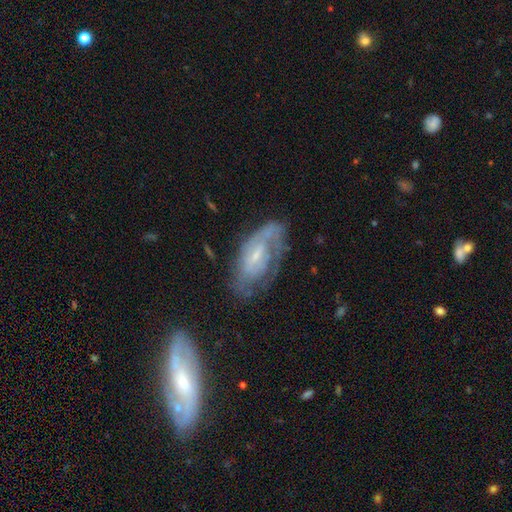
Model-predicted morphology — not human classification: type=featured or disk (69%); edge-on=no (91%); bar=no (45%); spiral arms=yes (77%); bulge=small (64%); merging=none (56%).